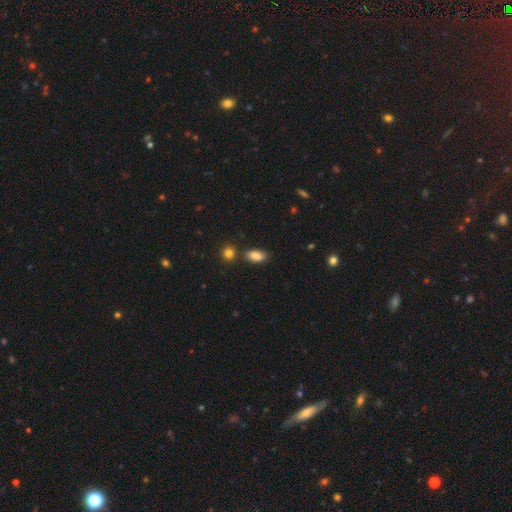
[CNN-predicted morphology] A smooth galaxy with no disk features (86%) that is in between round and cigar-shaped (89%).

Vote fractions:
- Smooth or featured? smooth: 86% / star or artifact: 9% / featured or disk: 6%
- How rounded? in between: 89% / round: 6% / cigar-shaped: 5%
- Merging? none: 76% / minor disturbance: 13% / merger: 8% / major disturbance: 3%